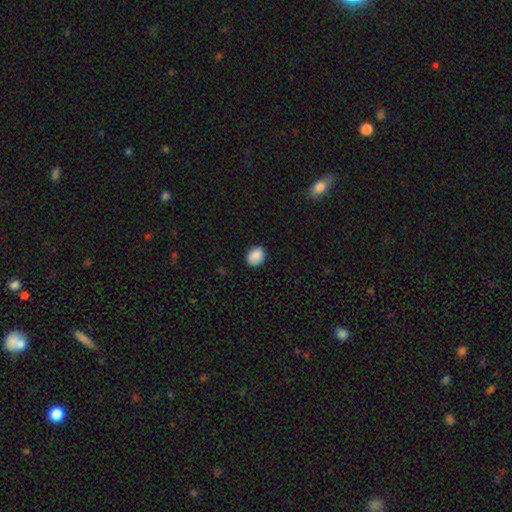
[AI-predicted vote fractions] Smooth or featured? smooth (89%)
How rounded? round (51%)
Merging? none (85%)